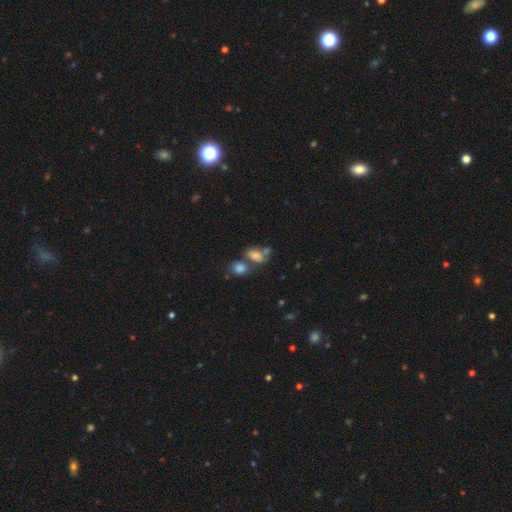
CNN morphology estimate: Smooth or featured?
  - smooth: 68% *
  - star or artifact: 16%
  - featured or disk: 16%
How rounded?
  - in between: 79% *
  - round: 17%
  - cigar-shaped: 4%
Merging?
  - merger: 41% *
  - none: 37%
  - minor disturbance: 15%
  - major disturbance: 8%